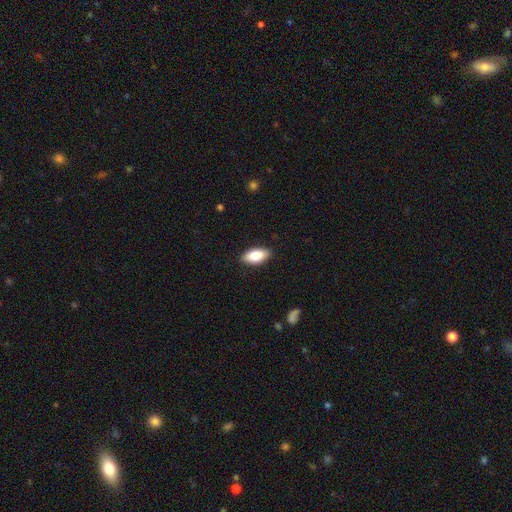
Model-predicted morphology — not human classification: Smooth or featured: smooth — 85% (featured or disk — 9%)
How rounded: in between — 91% (cigar-shaped — 7%)
Merging: none — 88% (minor disturbance — 9%)